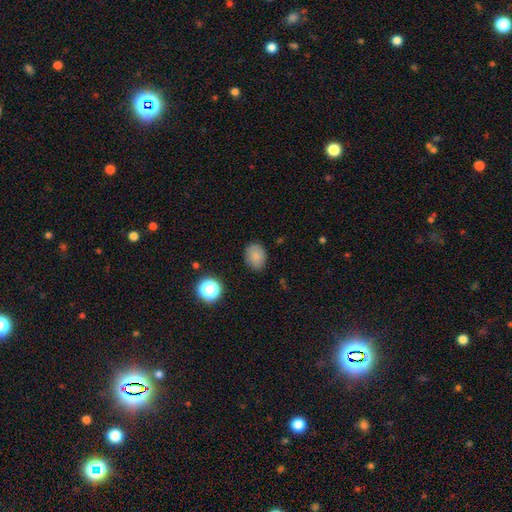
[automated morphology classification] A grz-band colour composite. It shows a smooth galaxy with no disk features (83%) that is in between round and cigar-shaped (55%). Merging: none (83%).